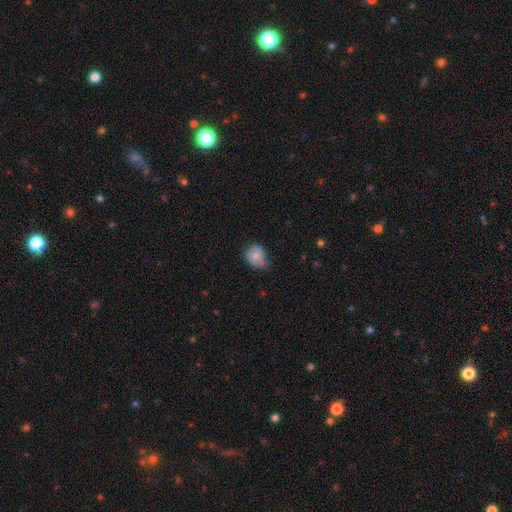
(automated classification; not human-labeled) A smooth galaxy with no disk features (78%) that is round (65%).

Vote fractions:
- Smooth or featured? smooth: 78% / featured or disk: 14% / star or artifact: 8%
- How rounded? round: 65% / in between: 34% / cigar-shaped: 1%
- Merging? none: 51% / minor disturbance: 37% / major disturbance: 9% / merger: 3%